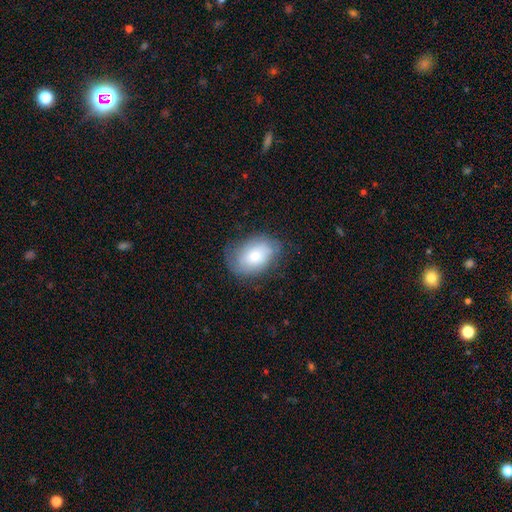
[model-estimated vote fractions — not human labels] Smooth or featured: smooth — 61% (featured or disk — 31%)
How rounded: in between — 82% (round — 17%)
Merging: none — 69% (minor disturbance — 22%)